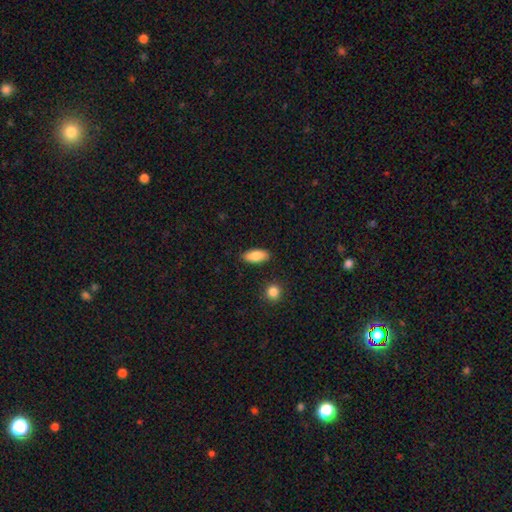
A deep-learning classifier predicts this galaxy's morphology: Smooth or featured?
  - smooth: 85% *
  - featured or disk: 9%
  - star or artifact: 6%
How rounded?
  - in between: 88% *
  - cigar-shaped: 10%
  - round: 3%
Merging?
  - none: 87% *
  - minor disturbance: 9%
  - merger: 2%
  - major disturbance: 2%